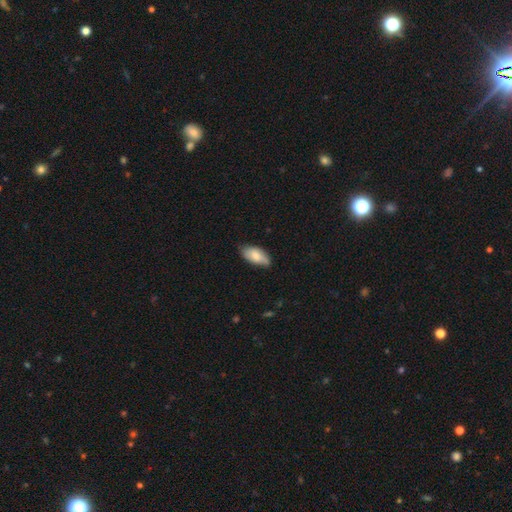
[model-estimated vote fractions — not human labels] Q: Smooth or featured?
A: smooth (76%); runner-up: featured or disk (17%)
Q: How rounded?
A: in between (91%); runner-up: cigar-shaped (7%)
Q: Merging?
A: none (68%); runner-up: minor disturbance (27%)